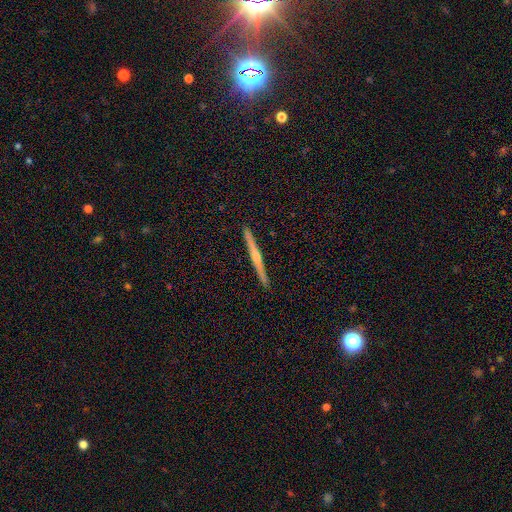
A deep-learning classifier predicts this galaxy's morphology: The model was most divided on "edge-on bulge": rounded: 60%, none: 31%, boxy: 9%. More confident: edge-on disk — yes (96%); merging — none (89%); smooth or featured — featured or disk (61%).